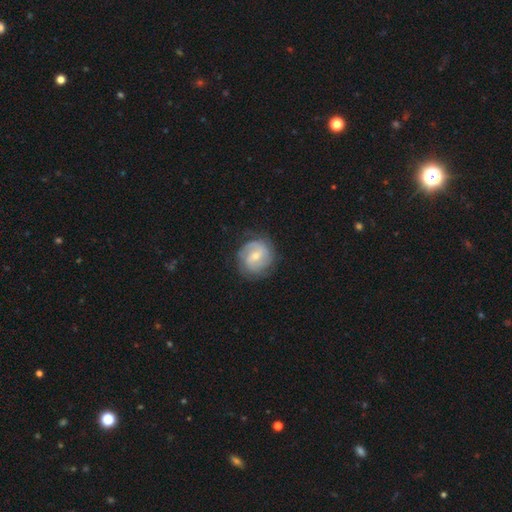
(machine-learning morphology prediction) smooth-or-featured: featured or disk: 77% | smooth: 17% | star or artifact: 5%
  disk-edge-on: no: 98% | yes: 2%
    bar: weak: 52% | no: 35% | strong: 13%
    has-spiral-arms: yes: 94% | no: 6%
      spiral-winding: tight: 51% | medium: 37% | loose: 12%
      spiral-arm-count: 2: 46% | can't tell: 23% | 3: 18% | 4: 5% | 1: 4% | more than 4: 4%
    bulge-size: small: 55% | moderate: 41% | large: 2% | none: 2% | dominant: 1%
  merging: none: 79% | minor disturbance: 15% | major disturbance: 6% | merger: 1%